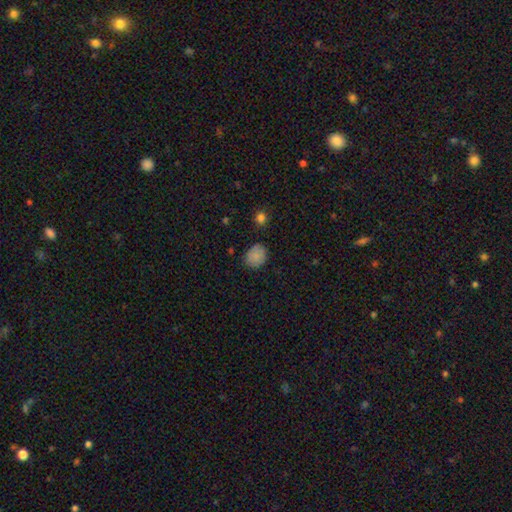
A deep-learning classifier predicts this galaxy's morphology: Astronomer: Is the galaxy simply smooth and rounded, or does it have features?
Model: smooth — 84%.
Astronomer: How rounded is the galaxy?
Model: round — 61% (runner-up: in between, 38%).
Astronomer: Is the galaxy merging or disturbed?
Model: none — 77%.